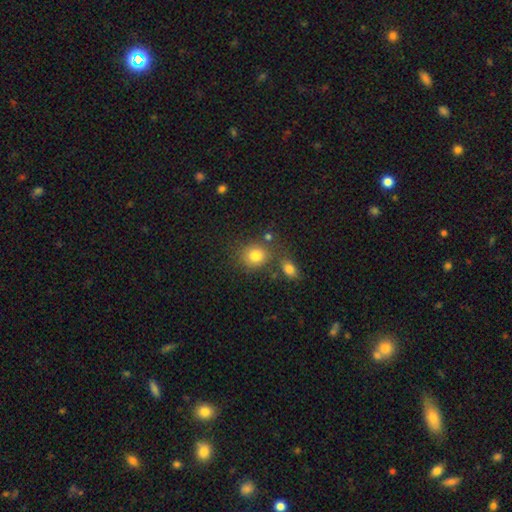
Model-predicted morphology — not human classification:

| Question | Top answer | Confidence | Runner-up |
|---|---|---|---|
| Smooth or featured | smooth | 81% | star or artifact (12%) |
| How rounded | round | 74% | in between (25%) |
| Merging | none | 67% | merger (16%) |